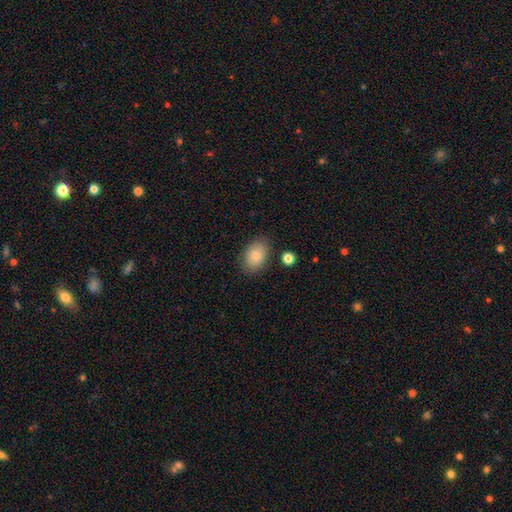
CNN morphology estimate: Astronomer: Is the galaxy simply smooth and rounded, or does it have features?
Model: smooth — 80%.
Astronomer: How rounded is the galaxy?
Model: in between — 84%.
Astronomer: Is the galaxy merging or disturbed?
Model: none — 84%.